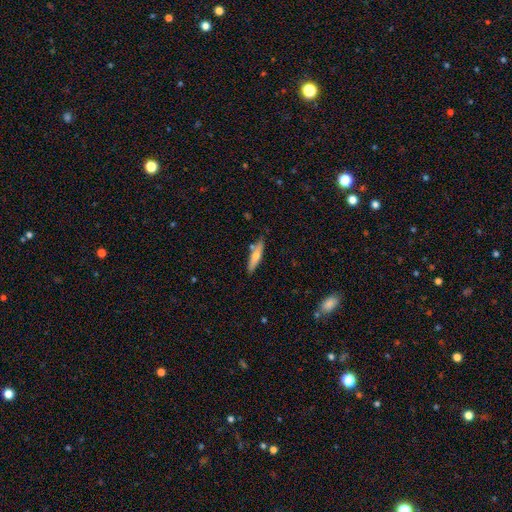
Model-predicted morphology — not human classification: The model was most divided on "smooth or featured": smooth: 59%, featured or disk: 35%, star or artifact: 6%. More confident: merging — none (77%); how rounded — cigar-shaped (77%).